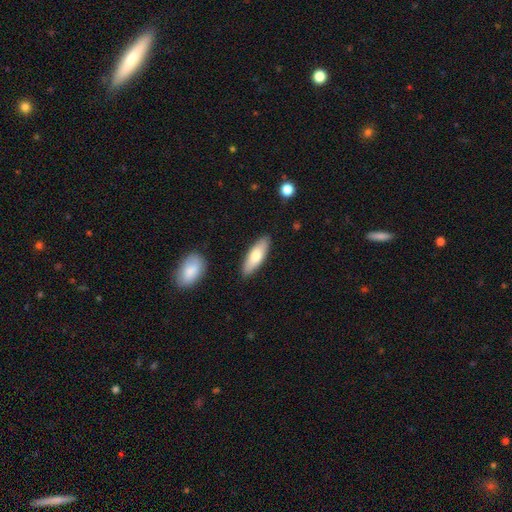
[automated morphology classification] Overall: smooth (71%). How rounded: in between (59%; cigar-shaped 39%). Merging: none (88%).